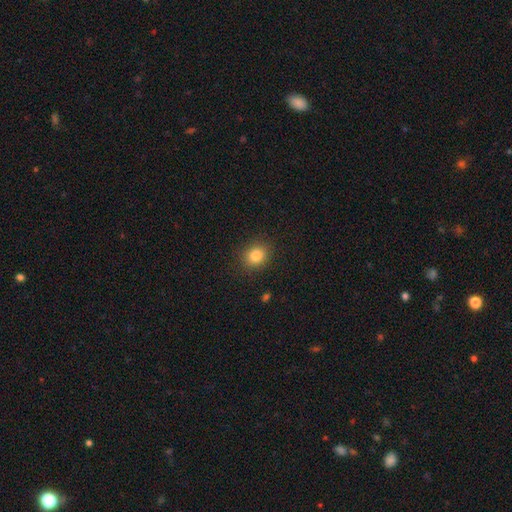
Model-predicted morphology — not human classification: Smooth or featured? Predicted: smooth (p=0.83). How rounded? Predicted: round (p=0.69). Merging? Predicted: none (p=0.88).